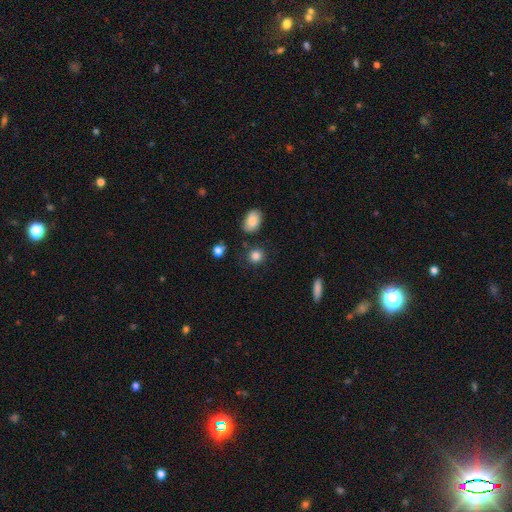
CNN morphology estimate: Overall: smooth (85%). How rounded: round (82%). Merging: none (81%).